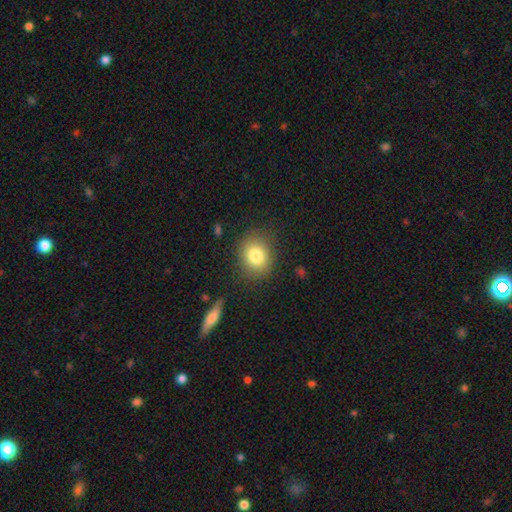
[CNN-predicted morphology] smooth-or-featured: smooth: 81% | star or artifact: 10% | featured or disk: 9%
  how-rounded: round: 66% | in between: 33% | cigar-shaped: 1%
  merging: none: 82% | minor disturbance: 12% | major disturbance: 4% | merger: 2%